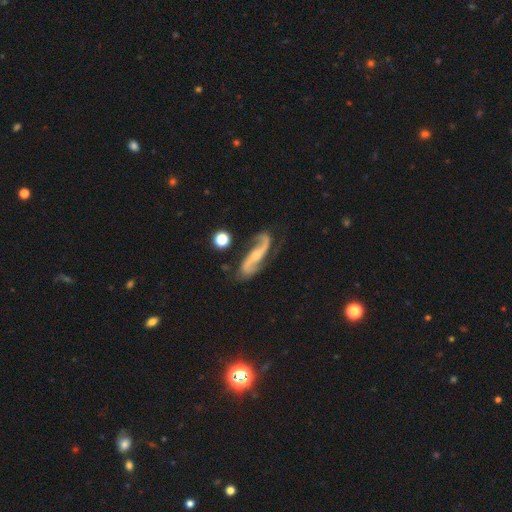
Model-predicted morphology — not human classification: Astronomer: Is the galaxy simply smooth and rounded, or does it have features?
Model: featured or disk — 89%.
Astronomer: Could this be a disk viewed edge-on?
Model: no — 93%.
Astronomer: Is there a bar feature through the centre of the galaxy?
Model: no — 45% (runner-up: weak, 33%).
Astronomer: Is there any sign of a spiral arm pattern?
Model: yes — 97%.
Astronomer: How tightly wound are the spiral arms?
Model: loose — 56% (runner-up: medium, 34%).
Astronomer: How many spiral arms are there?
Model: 2 — 93%.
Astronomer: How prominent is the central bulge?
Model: small — 59%.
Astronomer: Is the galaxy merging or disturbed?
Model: none — 72%.